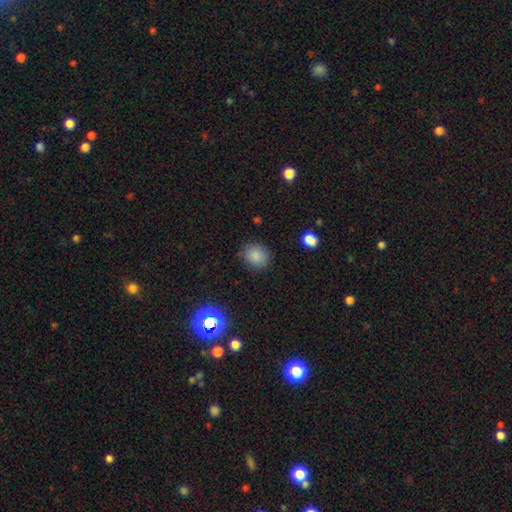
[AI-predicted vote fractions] Smooth or featured? Predicted: smooth (p=0.84). How rounded? Predicted: round (p=0.68). Merging? Predicted: none (p=0.81).